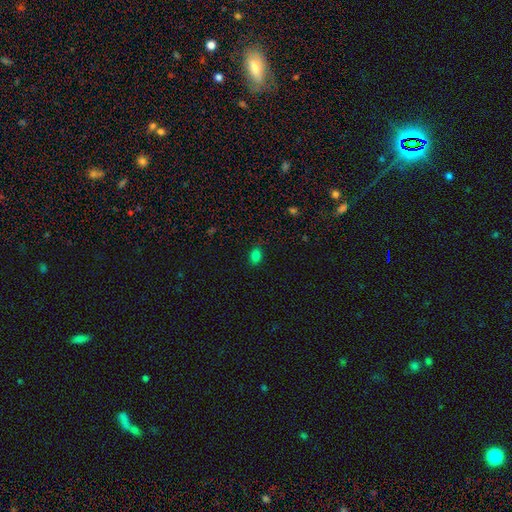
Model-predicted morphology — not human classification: Q: Smooth or featured?
A: smooth (80%); runner-up: star or artifact (15%)
Q: How rounded?
A: in between (80%); runner-up: round (19%)
Q: Merging?
A: none (84%); runner-up: minor disturbance (12%)